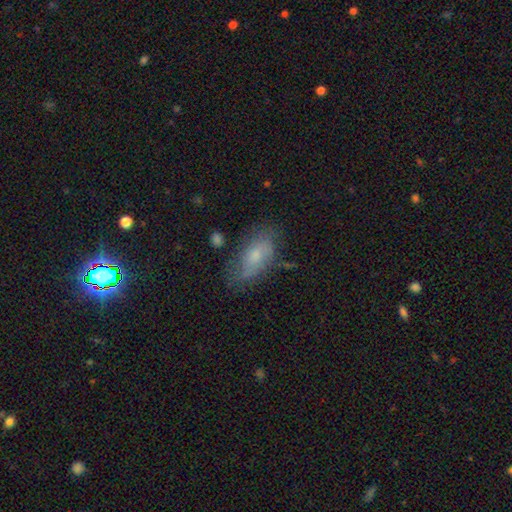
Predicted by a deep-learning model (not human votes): This is likely a smooth galaxy (61%). How rounded: clearly in between (88%). Merging: likely none (63%).